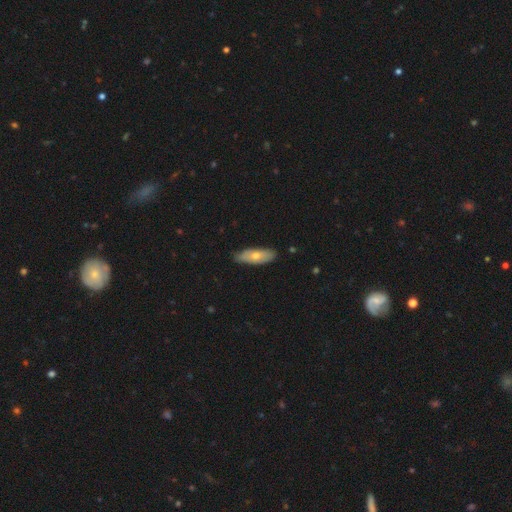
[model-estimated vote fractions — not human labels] Smooth or featured?
  - smooth: 58% *
  - featured or disk: 36%
  - star or artifact: 6%
How rounded?
  - in between: 64% *
  - cigar-shaped: 33%
  - round: 3%
Merging?
  - none: 85% *
  - minor disturbance: 12%
  - major disturbance: 2%
  - merger: 1%